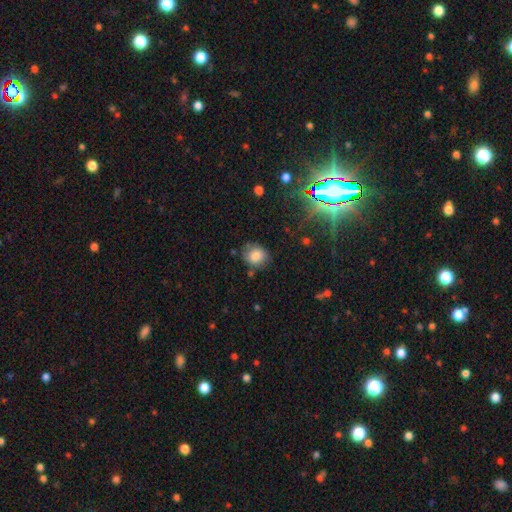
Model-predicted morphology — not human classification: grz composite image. It shows a smooth galaxy with no disk features (79%) that is round (67%). Merging: none (76%).